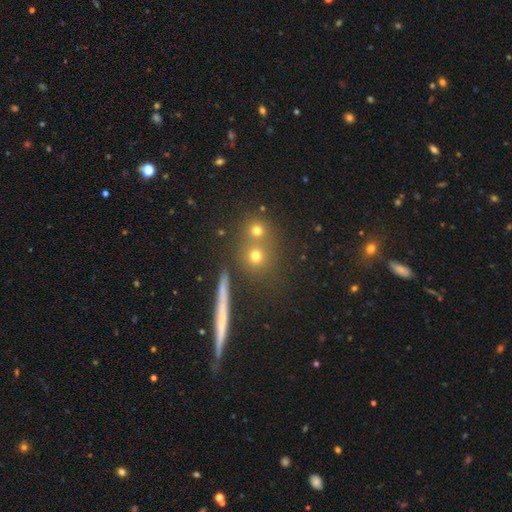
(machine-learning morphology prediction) This is likely a smooth galaxy (69%). How rounded: clearly round (84%). Merging: likely none (66%).